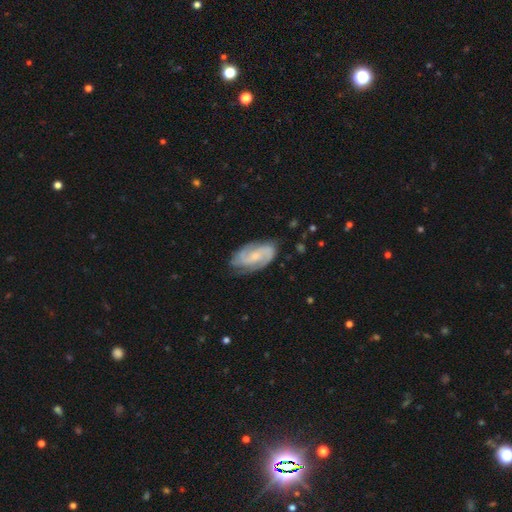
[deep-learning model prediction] Smooth or featured: featured or disk — 82% (smooth — 13%)
Edge-on disk: no — 96% (yes — 4%)
Bar: no — 55% (weak — 37%)
Spiral arms: yes — 96% (no — 4%)
Spiral winding: medium — 46% (tight — 40%)
Spiral arm count: 2 — 67% (3 — 15%)
Bulge size: small — 61% (moderate — 30%)
Merging: none — 76% (minor disturbance — 18%)